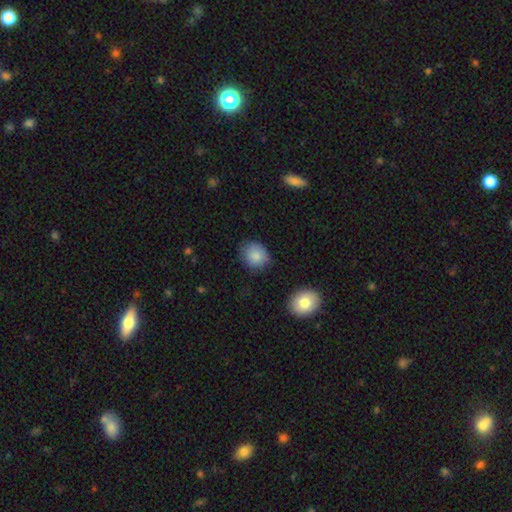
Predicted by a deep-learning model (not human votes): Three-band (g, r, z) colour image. It shows a smooth galaxy with no disk features (85%) that is round (66%). Merging: none (73%).